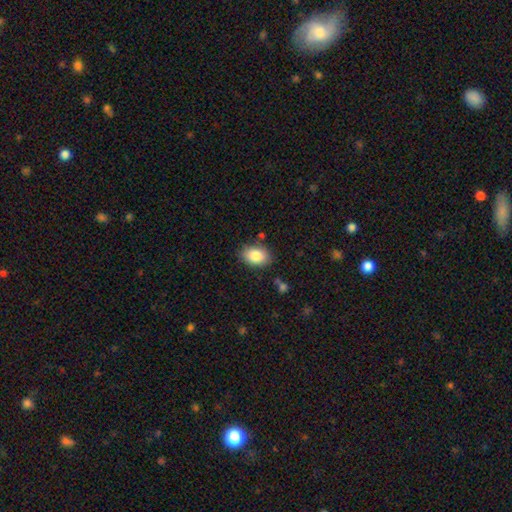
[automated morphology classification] Smooth or featured? Predicted: smooth (p=0.85). How rounded? Predicted: in between (p=0.82). Merging? Predicted: none (p=0.82).